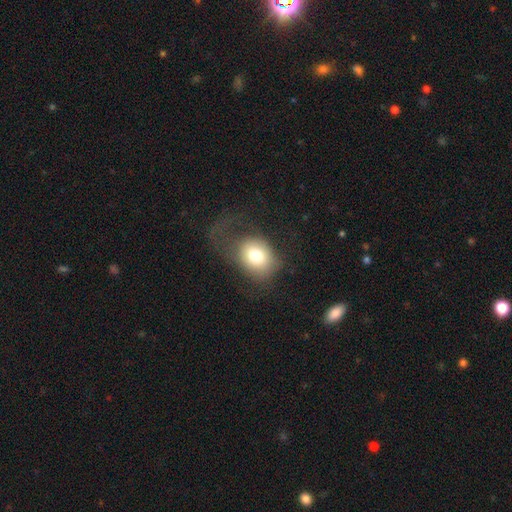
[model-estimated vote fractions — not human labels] Overall: smooth (73%). How rounded: round (50%; in between 49%). Merging: none (41%; major disturbance 35%).